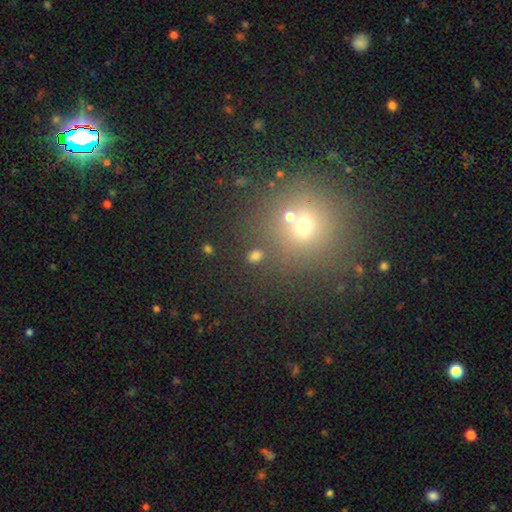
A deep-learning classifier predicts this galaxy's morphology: The model was most divided on "smooth or featured": smooth: 61%, star or artifact: 30%, featured or disk: 9%. More confident: how rounded — round (86%); merging — none (78%).